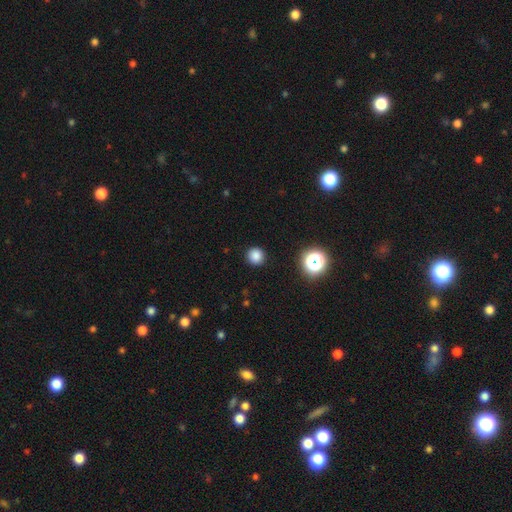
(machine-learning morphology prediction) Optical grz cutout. It shows a smooth galaxy with no disk features (83%) that is round (94%). Merging: none (92%).